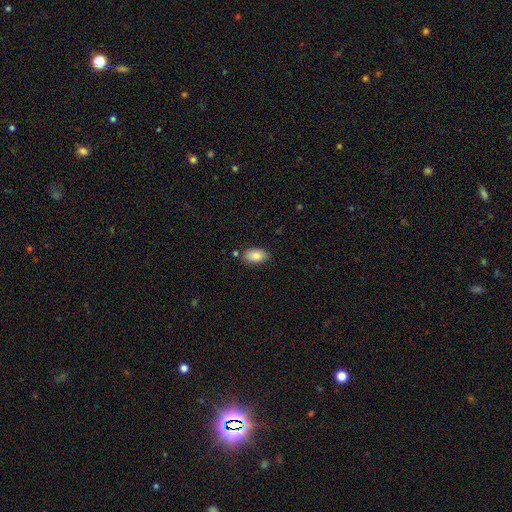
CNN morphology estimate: This appears to be a smooth galaxy with no disk features (84%) that is in between round and cigar-shaped (93%). Merging: none (79%).